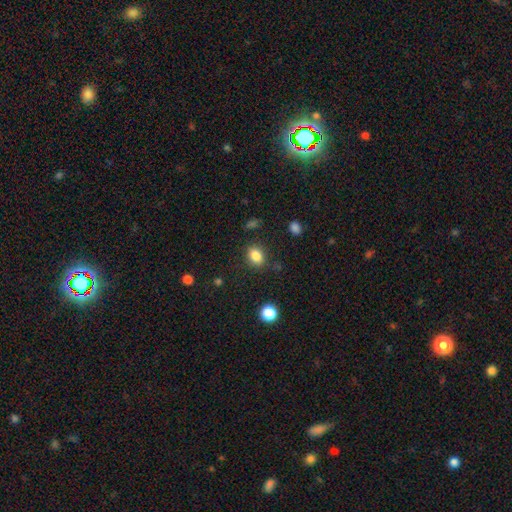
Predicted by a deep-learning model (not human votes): A smooth galaxy with no disk features (84%) that is in between round and cigar-shaped (61%). Merging: none (82%).